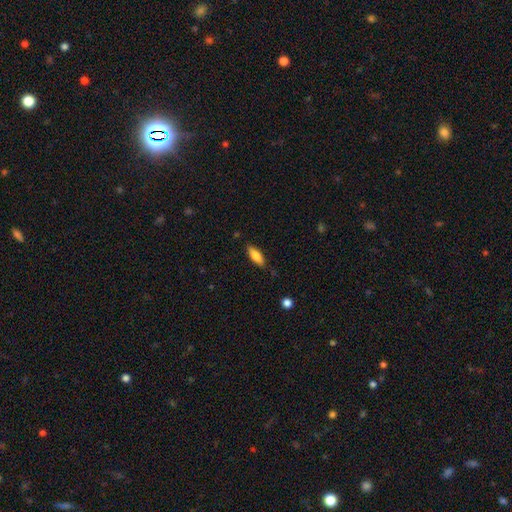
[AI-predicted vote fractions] This appears to be a smooth galaxy with no disk features (76%) that is in between round and cigar-shaped (61%). Merging: none (81%).